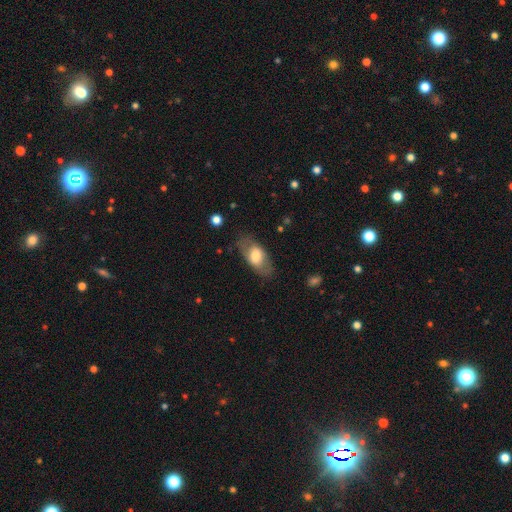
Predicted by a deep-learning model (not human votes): Overall: smooth (62%; featured or disk 31%). How rounded: in between (88%). Merging: none (77%).